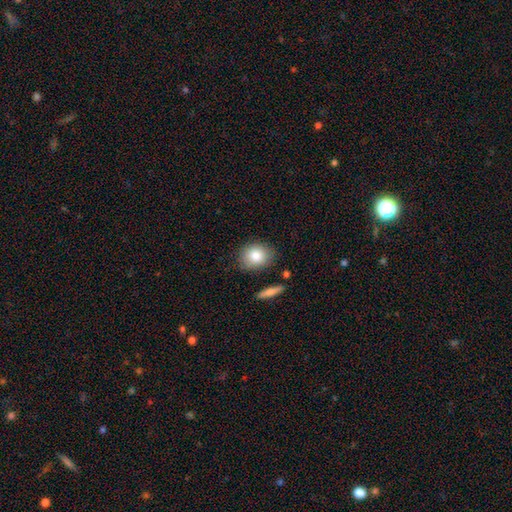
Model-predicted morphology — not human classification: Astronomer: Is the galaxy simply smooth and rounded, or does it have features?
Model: smooth — 83%.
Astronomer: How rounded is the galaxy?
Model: round — 53% (runner-up: in between, 45%).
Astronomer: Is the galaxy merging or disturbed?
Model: none — 82%.